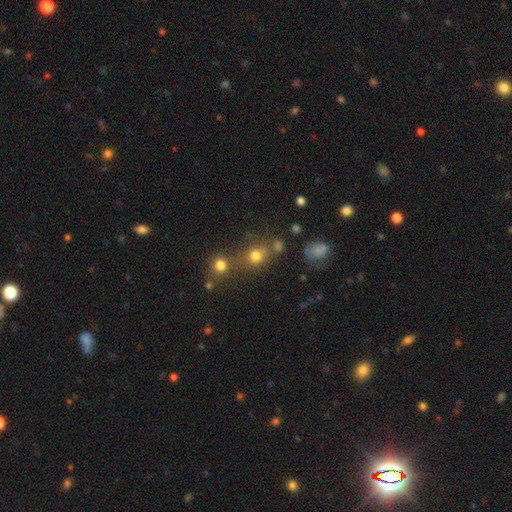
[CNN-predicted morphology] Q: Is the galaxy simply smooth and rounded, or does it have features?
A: smooth — 73%.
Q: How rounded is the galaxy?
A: round — 75%.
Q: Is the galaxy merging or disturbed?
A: none — 53%.